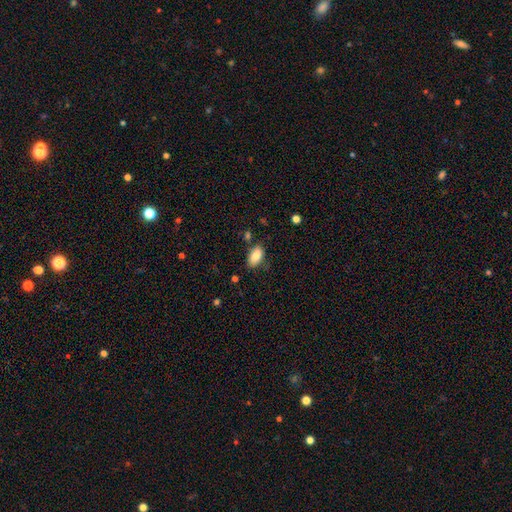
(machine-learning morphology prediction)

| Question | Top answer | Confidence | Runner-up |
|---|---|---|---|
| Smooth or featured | smooth | 83% | featured or disk (9%) |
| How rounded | in between | 92% | cigar-shaped (4%) |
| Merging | none | 77% | minor disturbance (16%) |